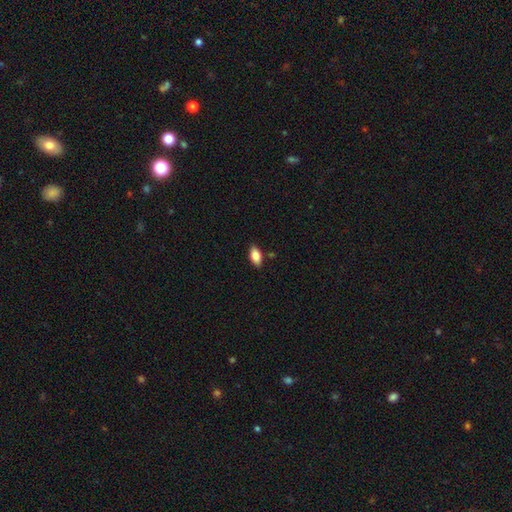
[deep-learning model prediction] Smooth or featured: smooth — 82% (featured or disk — 10%)
How rounded: in between — 91% (cigar-shaped — 6%)
Merging: none — 85% (minor disturbance — 10%)